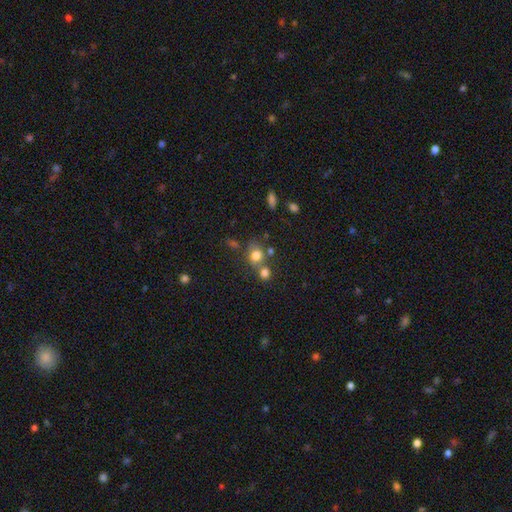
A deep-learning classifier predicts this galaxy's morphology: Smooth or featured? smooth (75%)
How rounded? round (68%)
Merging? none (52%)